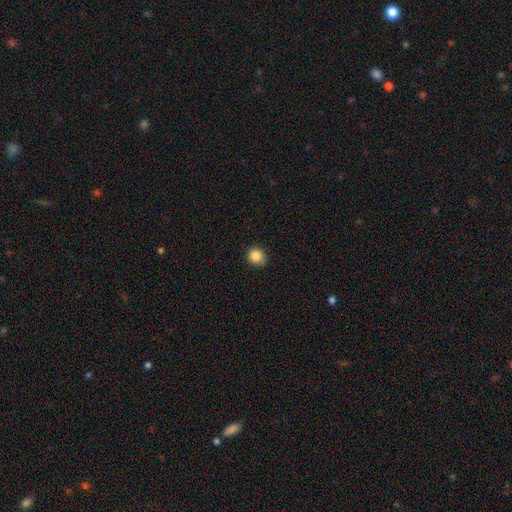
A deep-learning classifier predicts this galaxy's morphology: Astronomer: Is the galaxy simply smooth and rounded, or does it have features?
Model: smooth — 85%.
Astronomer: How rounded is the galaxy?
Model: round — 90%.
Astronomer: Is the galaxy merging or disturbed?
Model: none — 83%.